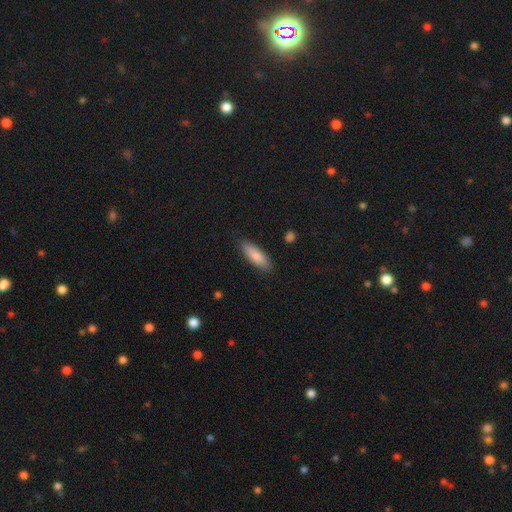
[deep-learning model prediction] This is clearly a smooth galaxy (84%). How rounded: possibly in between (56%). Merging: clearly none (86%).